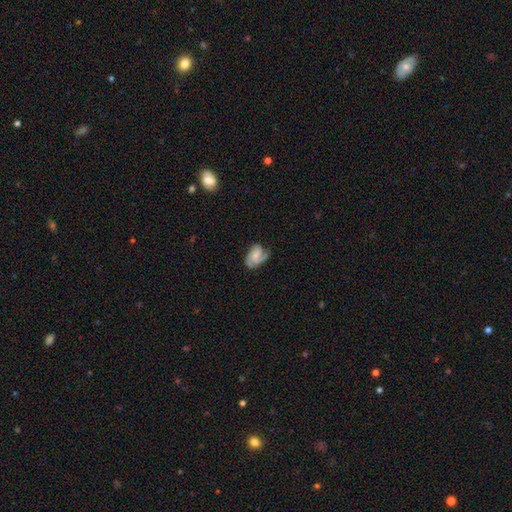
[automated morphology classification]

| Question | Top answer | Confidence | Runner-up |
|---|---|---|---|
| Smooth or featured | featured or disk | 70% | smooth (23%) |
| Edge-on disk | no | 97% | yes (3%) |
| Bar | no | 55% | weak (36%) |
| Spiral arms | yes | 94% | no (6%) |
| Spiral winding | medium | 43% | tight (38%) |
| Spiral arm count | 2 | 49% | 1 (21%) |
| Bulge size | small | 45% | moderate (28%) |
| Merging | none | 57% | minor disturbance (25%) |